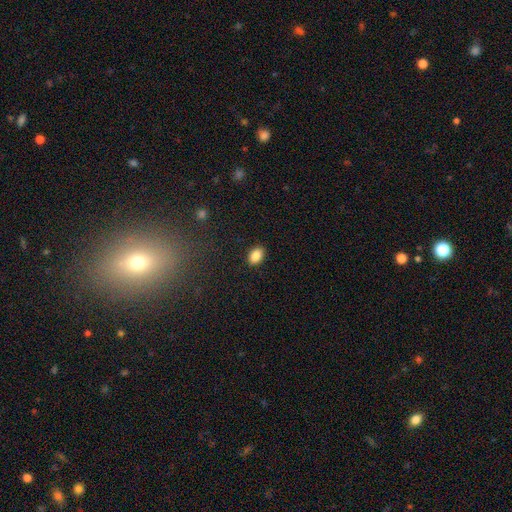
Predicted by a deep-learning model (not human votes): Morphology: type=smooth (87%); roundness=in between (87%); merging=none (89%).